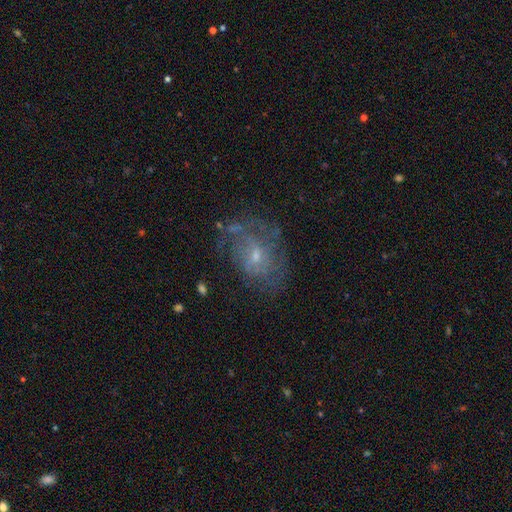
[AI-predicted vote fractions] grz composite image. It shows a featured or disk galaxy (67%) with no bar (67%), spiral arms (76%) and a small central bulge (63%). Merging: none (60%).